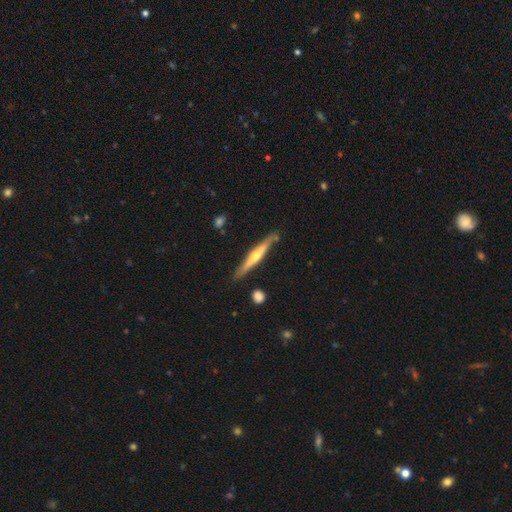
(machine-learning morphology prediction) Smooth or featured?
  - featured or disk: 65% *
  - smooth: 30%
  - star or artifact: 6%
Edge-on disk?
  - yes: 96% *
  - no: 4%
Edge-on bulge?
  - rounded: 80% *
  - none: 14%
  - boxy: 6%
Merging?
  - none: 83% *
  - minor disturbance: 12%
  - merger: 3%
  - major disturbance: 2%